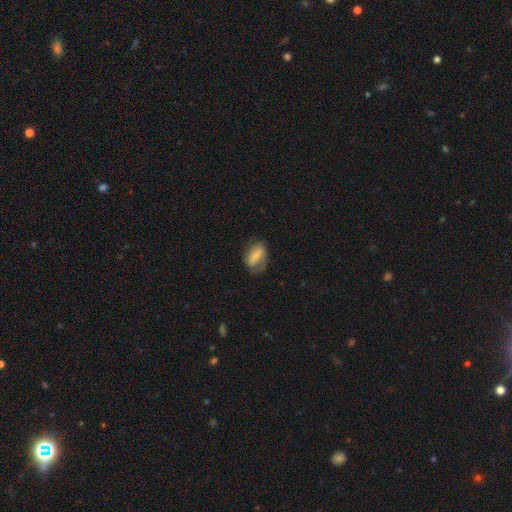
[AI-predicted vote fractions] smooth_or_featured: smooth (p=0.61) [alt: featured or disk p=0.31]
how_rounded: in between (p=0.81) [alt: cigar-shaped p=0.10]
merging: none (p=0.58) [alt: minor disturbance p=0.26]